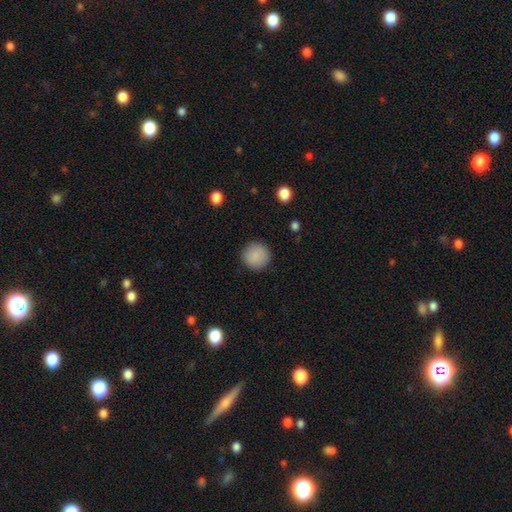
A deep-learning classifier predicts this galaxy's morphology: This appears to be a smooth galaxy with no disk features (88%) that is round (94%). Merging: none (91%).